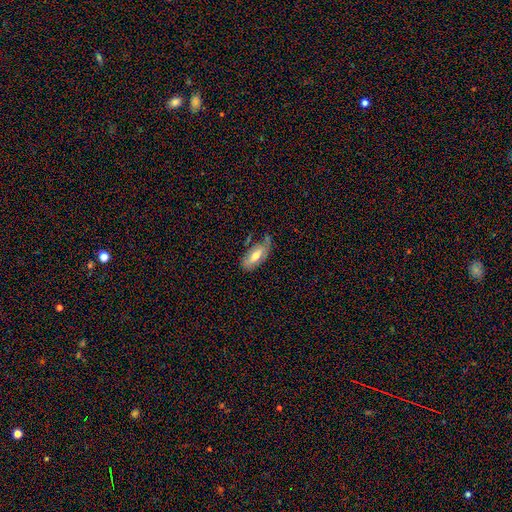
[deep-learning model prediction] Smooth or featured: smooth — 60% (featured or disk — 33%)
How rounded: in between — 85% (cigar-shaped — 13%)
Merging: none — 59% (minor disturbance — 29%)